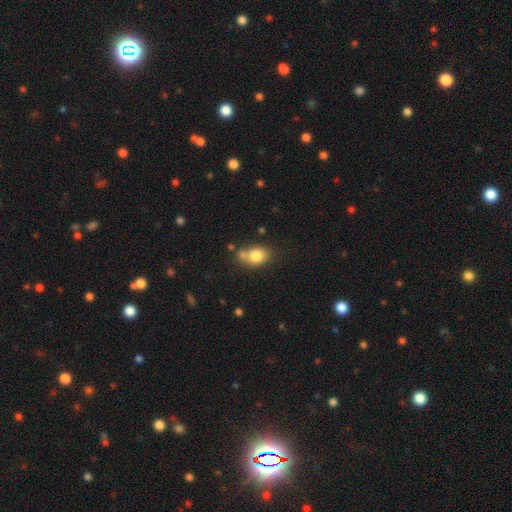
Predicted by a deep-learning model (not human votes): Smooth or featured? Predicted: smooth (p=0.81). How rounded? Predicted: in between (p=0.68). Merging? Predicted: none (p=0.53).